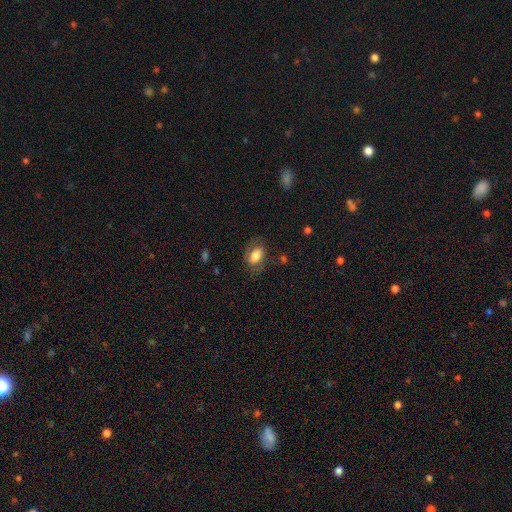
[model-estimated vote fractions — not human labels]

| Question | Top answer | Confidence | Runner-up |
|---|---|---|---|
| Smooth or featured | smooth | 74% | featured or disk (18%) |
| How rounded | in between | 88% | round (10%) |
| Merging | none | 71% | minor disturbance (18%) |